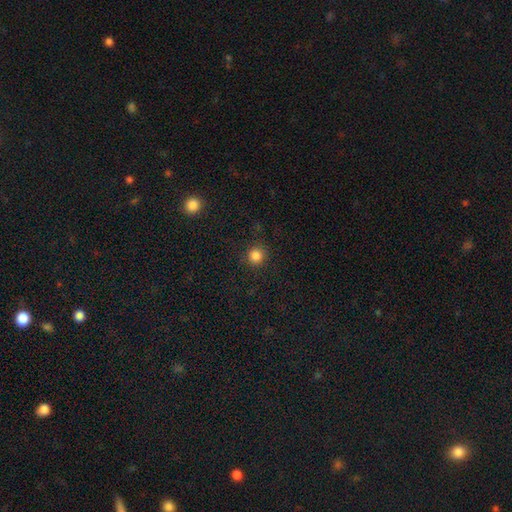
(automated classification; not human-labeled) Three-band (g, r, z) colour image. It shows a smooth galaxy with no disk features (84%) that is round (93%). Merging: none (89%).